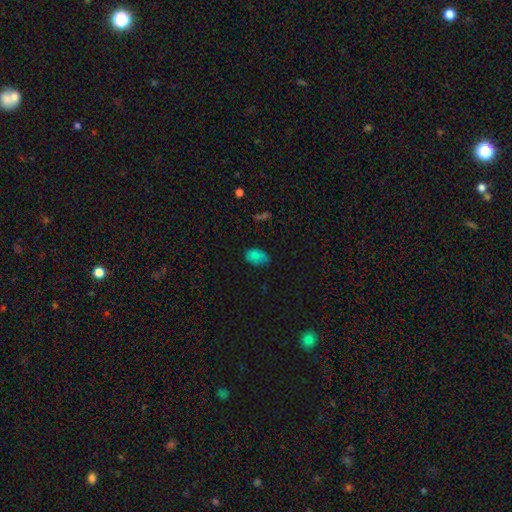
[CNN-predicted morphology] This is likely a smooth galaxy (80%). How rounded: clearly in between (90%). Merging: likely none (74%).